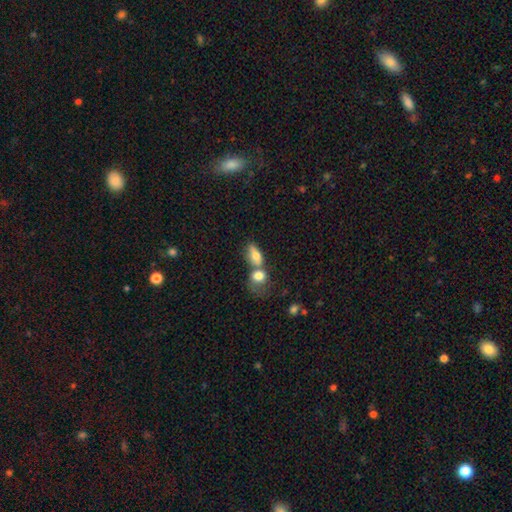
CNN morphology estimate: Smooth or featured: smooth — 74% (featured or disk — 18%)
How rounded: in between — 75% (round — 17%)
Merging: merger — 58% (none — 25%)